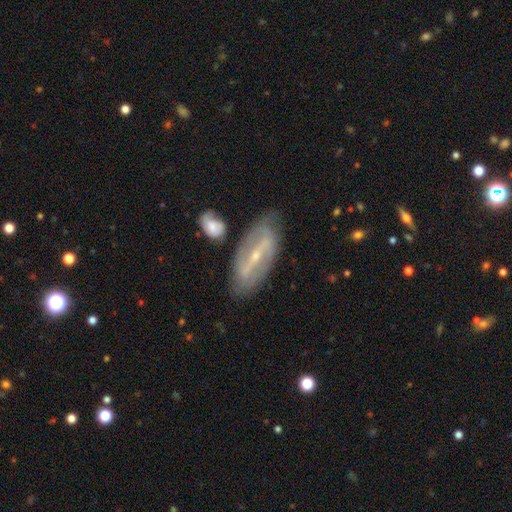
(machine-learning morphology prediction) Q: Smooth or featured?
A: featured or disk (81%); runner-up: smooth (13%)
Q: Edge-on disk?
A: no (84%); runner-up: yes (16%)
Q: Bar?
A: strong (70%); runner-up: weak (21%)
Q: Spiral arms?
A: yes (75%); runner-up: no (25%)
Q: Spiral winding?
A: medium (37%); tied with: tight (37%)
Q: Spiral arm count?
A: 2 (77%); runner-up: can't tell (16%)
Q: Bulge size?
A: small (72%); runner-up: moderate (25%)
Q: Merging?
A: none (78%); runner-up: minor disturbance (14%)